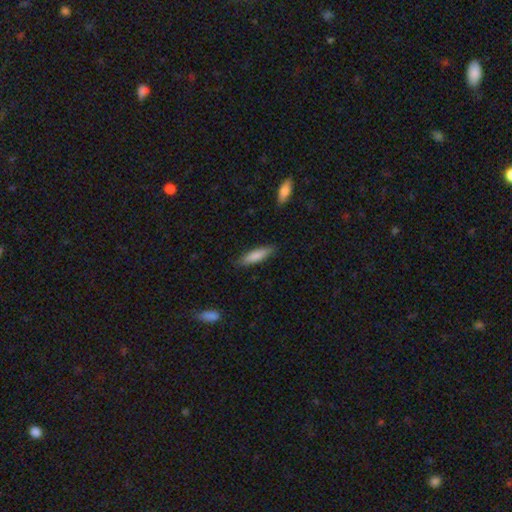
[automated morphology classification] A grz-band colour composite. It shows a smooth galaxy with no disk features (81%) that is cigar-shaped (70%). Merging: none (85%).